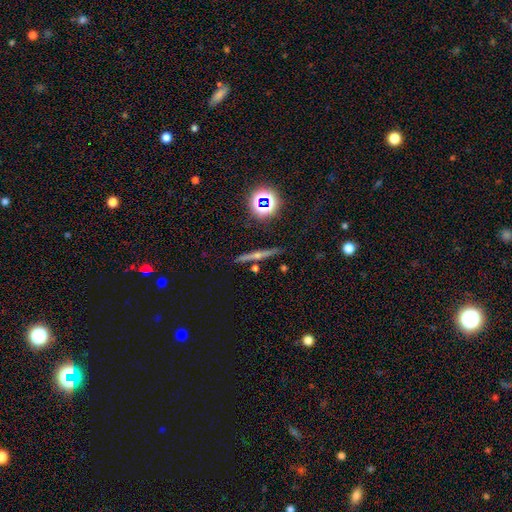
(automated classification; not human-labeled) Overall: featured or disk (58%; smooth 23%). Edge-on disk: yes (96%). Edge-on bulge: rounded (75%). Merging: none (89%).